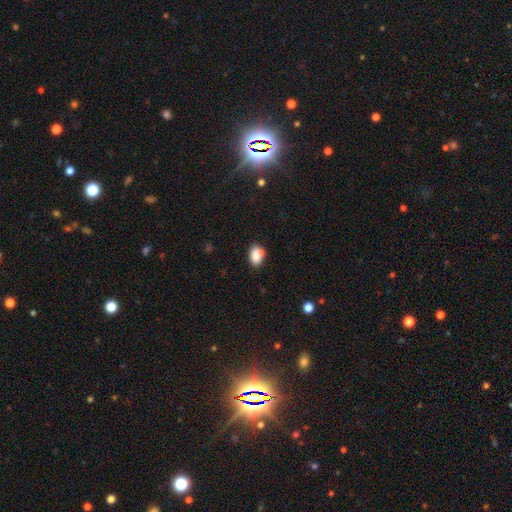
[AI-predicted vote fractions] The model was most divided on "merging": none: 57%, minor disturbance: 20%, merger: 19%, major disturbance: 5%. More confident: how rounded — in between (84%); smooth or featured — smooth (83%).